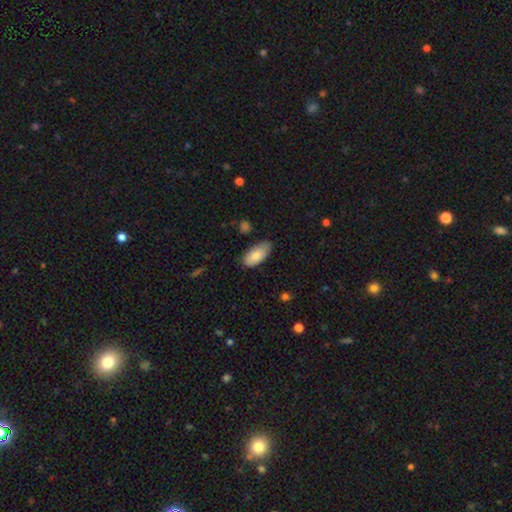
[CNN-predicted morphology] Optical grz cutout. It shows a smooth galaxy with no disk features (81%) that is in between round and cigar-shaped (93%). Merging: none (74%).